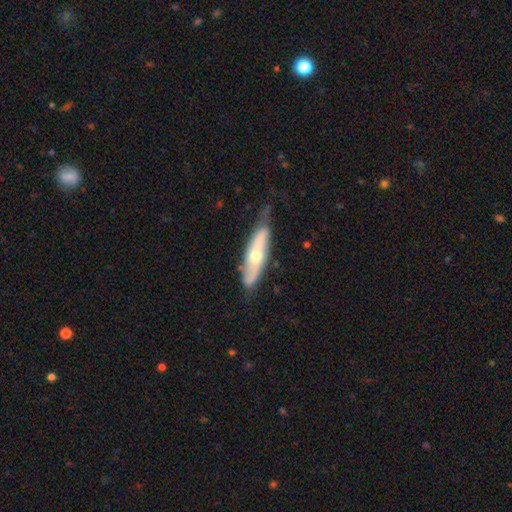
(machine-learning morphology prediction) Q: Smooth or featured?
A: featured or disk (60%); runner-up: smooth (34%)
Q: Edge-on disk?
A: no (57%); runner-up: yes (43%)
Q: Merging?
A: none (64%); runner-up: minor disturbance (27%)